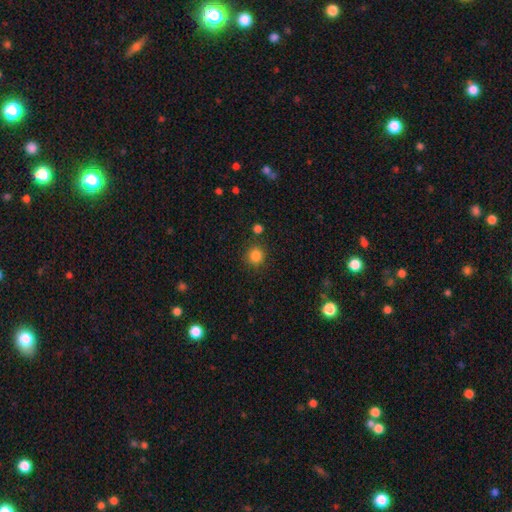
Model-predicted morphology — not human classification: Overall: smooth (84%). How rounded: round (91%). Merging: none (84%).